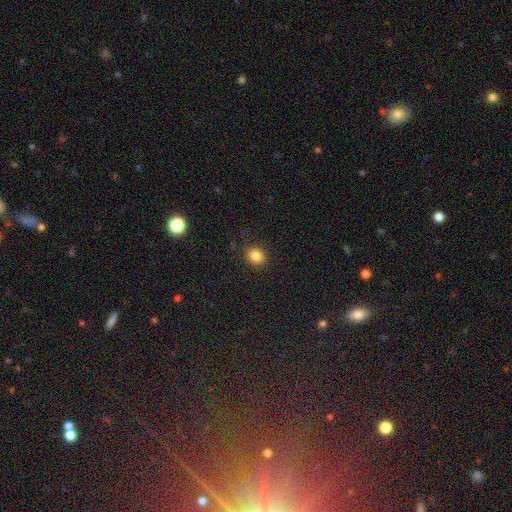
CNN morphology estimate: smooth 83%, star or artifact 12%, featured or disk 5%. Down the decision tree: how rounded — round (79%); merging — none (88%).